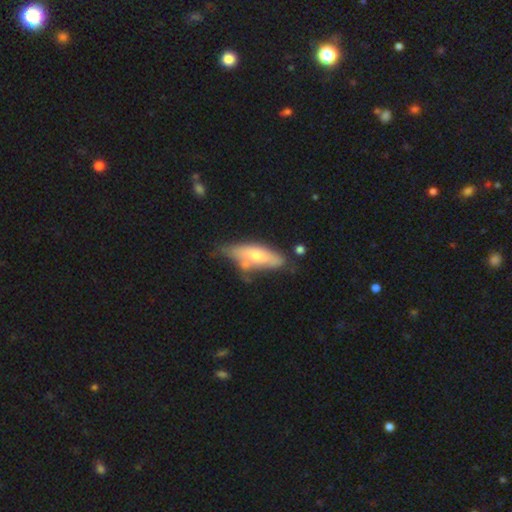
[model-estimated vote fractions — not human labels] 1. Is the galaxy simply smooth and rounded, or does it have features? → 56% smooth, 38% featured or disk, 6% star or artifact.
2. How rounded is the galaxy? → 50% in between, 48% cigar-shaped, 2% round.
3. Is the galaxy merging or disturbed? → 46% none, 31% minor disturbance, 12% merger, 11% major disturbance.